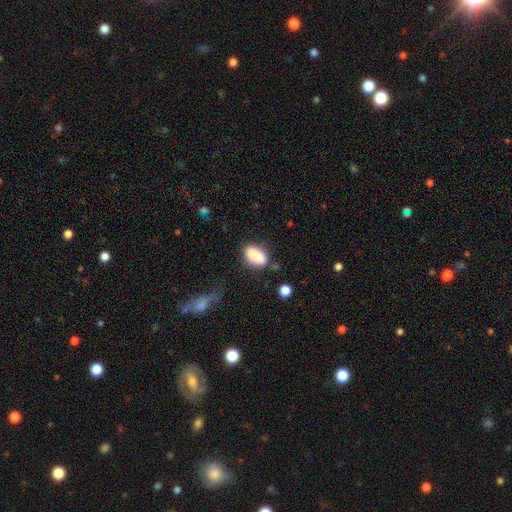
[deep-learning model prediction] smooth-or-featured: smooth: 86% | star or artifact: 8% | featured or disk: 7%
  how-rounded: in between: 90% | round: 6% | cigar-shaped: 4%
  merging: none: 65% | minor disturbance: 20% | major disturbance: 7% | merger: 7%